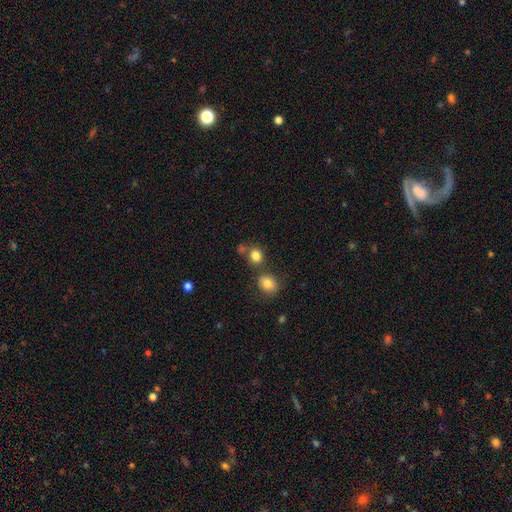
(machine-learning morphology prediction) The model was most divided on "merging": none: 63%, merger: 21%, minor disturbance: 11%, major disturbance: 4%. More confident: smooth or featured — smooth (82%); how rounded — round (76%).